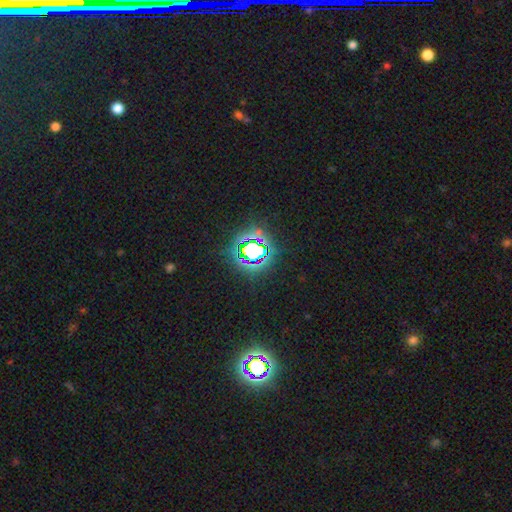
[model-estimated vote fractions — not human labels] This appears to be a star or artifact, not a galaxy (72%).